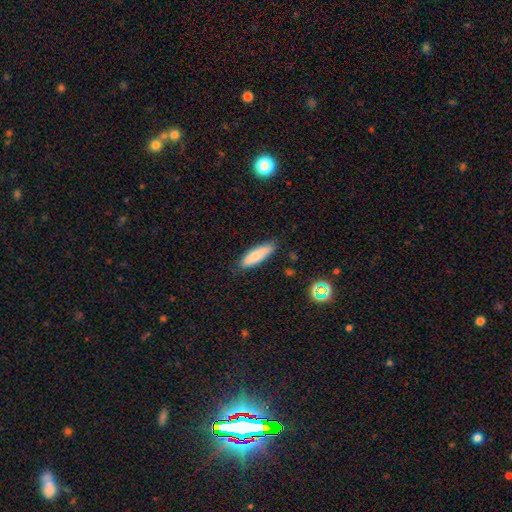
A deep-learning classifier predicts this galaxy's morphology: Overall: smooth (75%). How rounded: in between (49%, tied with cigar-shaped). Merging: none (81%).